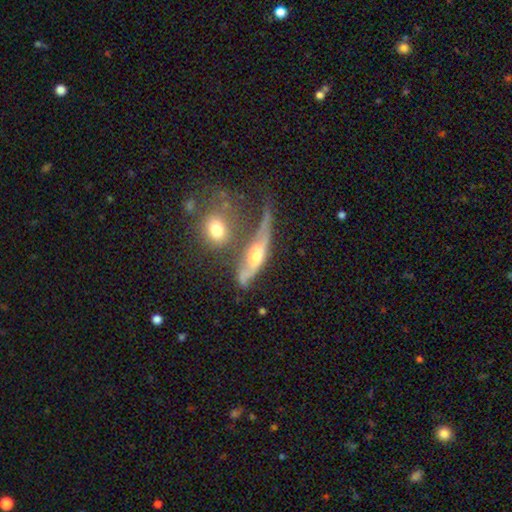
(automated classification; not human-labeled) This appears to be a featured or disk galaxy (60%). Merging: none (30%).